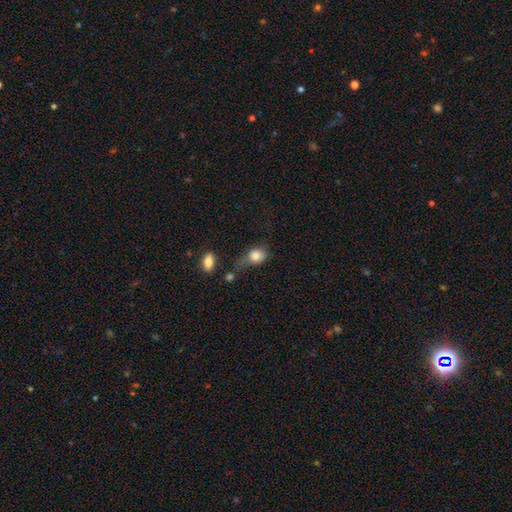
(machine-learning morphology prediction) smooth 79%, featured or disk 11%, star or artifact 9%. Down the decision tree: how rounded — in between (51%); merging — none (33%).